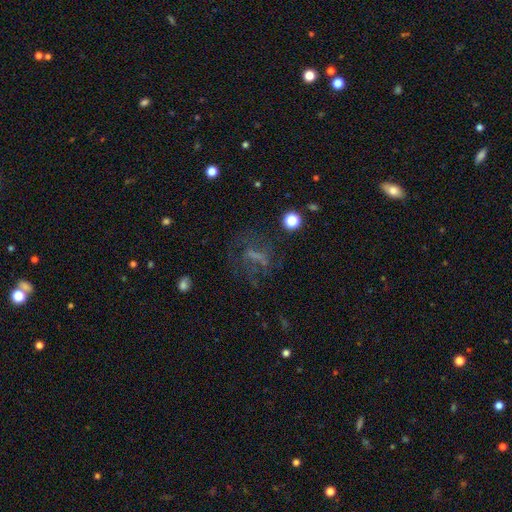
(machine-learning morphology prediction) Smooth or featured?
  - featured or disk: 40% *
  - smooth: 32%
  - star or artifact: 28%
Merging?
  - none: 55% *
  - major disturbance: 25%
  - minor disturbance: 16%
  - merger: 4%